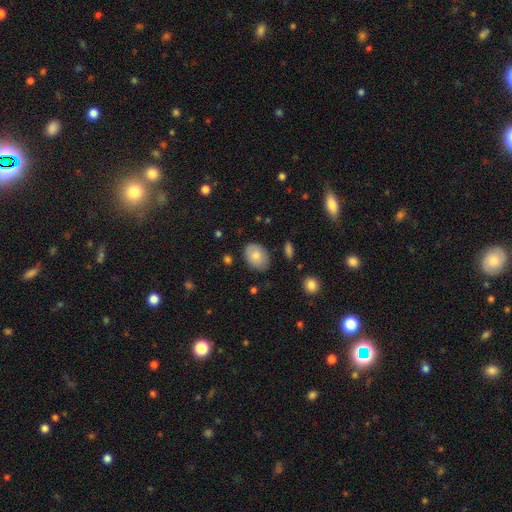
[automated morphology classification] This is likely a smooth galaxy (78%). How rounded: likely in between (78%). Merging: clearly none (81%).